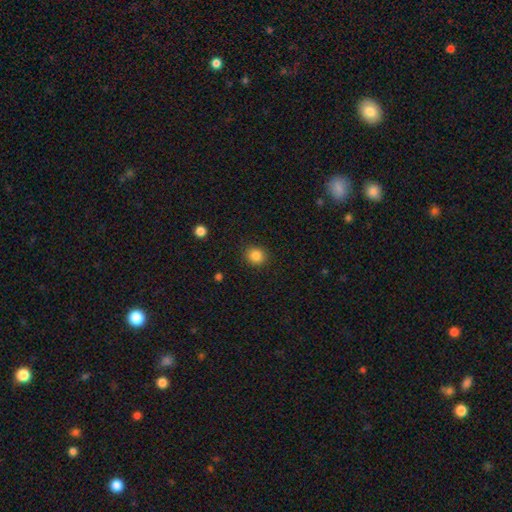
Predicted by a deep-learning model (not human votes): A smooth galaxy with no disk features (86%) that is round (84%). Merging: none (89%).